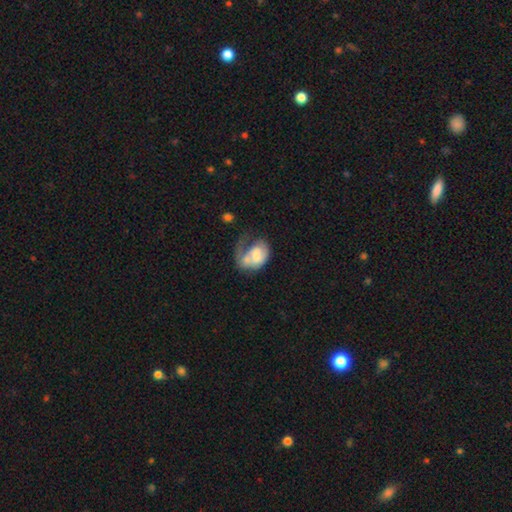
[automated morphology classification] A smooth galaxy with no disk features (48%). Merging: major disturbance (44%).